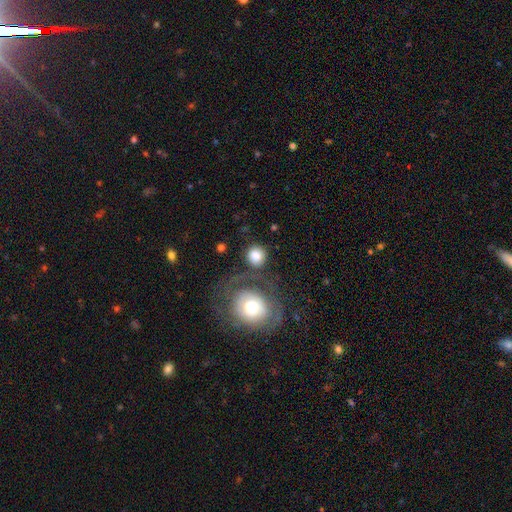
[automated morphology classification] This appears to be a smooth galaxy with no disk features (79%) that is round (90%). Merging: none (66%).